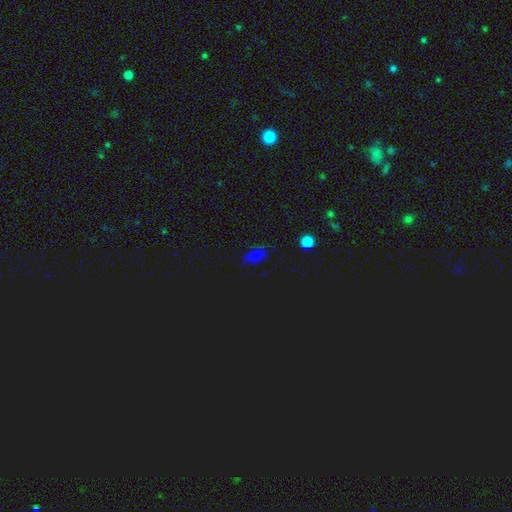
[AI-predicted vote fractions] This appears to be a smooth galaxy with no disk features (58%) that is in between round and cigar-shaped (77%). Merging: none (70%).